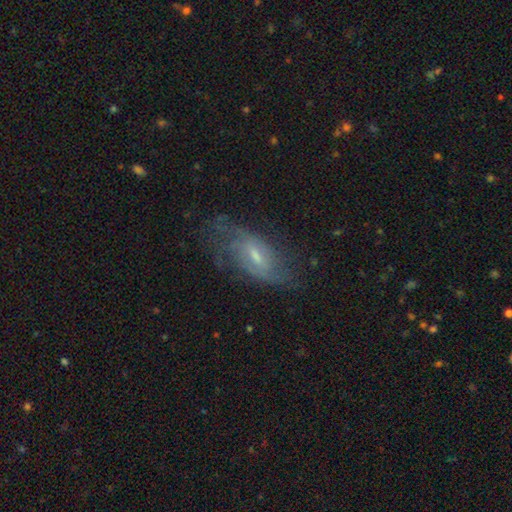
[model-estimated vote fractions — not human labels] Overall: featured or disk (67%). Edge-on disk: no (89%). Bar: weak (52%; no 35%). Spiral arms: yes (82%). Bulge size: small (50%; moderate 41%). Merging: none (61%; minor disturbance 23%).